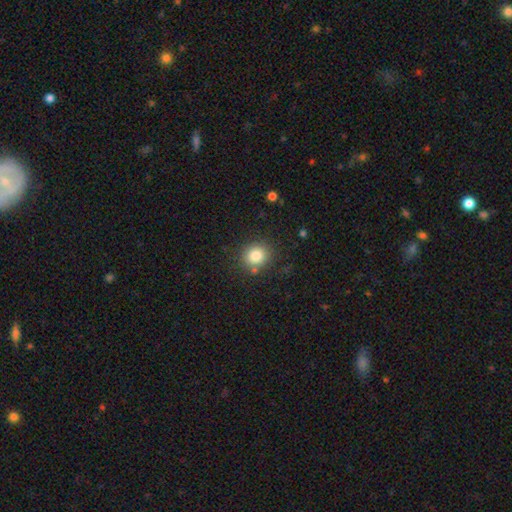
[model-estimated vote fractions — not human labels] smooth 82%, star or artifact 11%, featured or disk 7%. Down the decision tree: how rounded — round (79%); merging — none (82%).